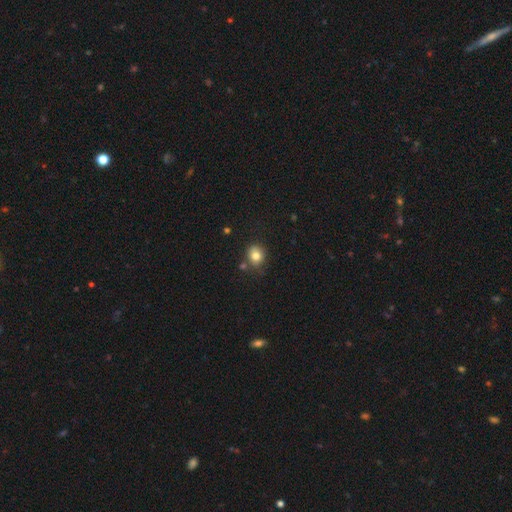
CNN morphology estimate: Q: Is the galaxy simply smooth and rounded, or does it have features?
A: smooth — 80%.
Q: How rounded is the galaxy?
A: round — 76%.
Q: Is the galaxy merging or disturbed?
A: none — 70%.